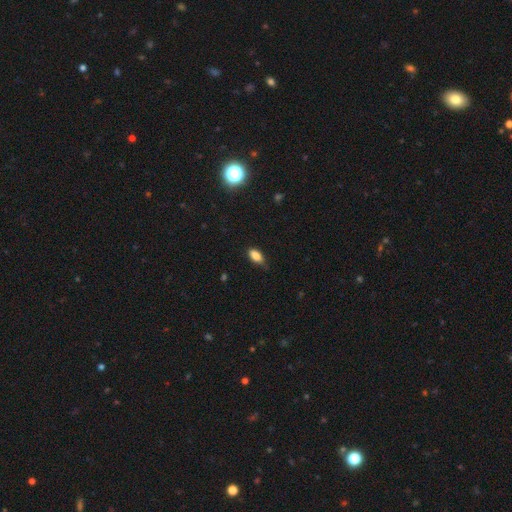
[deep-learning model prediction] A smooth galaxy with no disk features (84%) that is in between round and cigar-shaped (89%).

Vote fractions:
- Smooth or featured? smooth: 84% / star or artifact: 9% / featured or disk: 6%
- How rounded? in between: 89% / cigar-shaped: 6% / round: 5%
- Merging? none: 71% / minor disturbance: 24% / major disturbance: 4% / merger: 1%